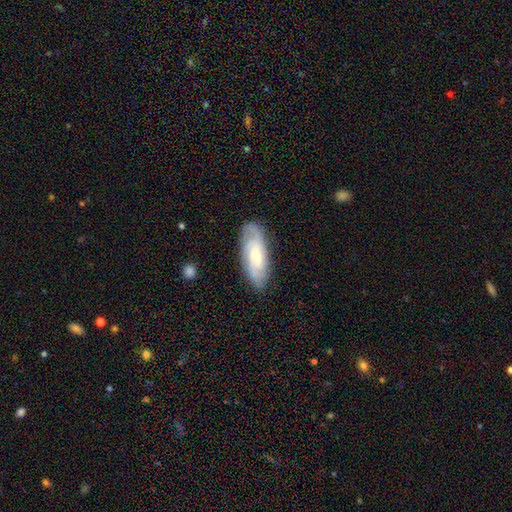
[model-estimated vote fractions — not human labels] Q: Smooth or featured?
A: featured or disk (68%); runner-up: smooth (26%)
Q: Edge-on disk?
A: no (89%); runner-up: yes (11%)
Q: Bar?
A: no (53%); runner-up: weak (38%)
Q: Spiral arms?
A: yes (91%); runner-up: no (9%)
Q: Spiral winding?
A: tight (57%); runner-up: medium (34%)
Q: Spiral arm count?
A: can't tell (38%); runner-up: 2 (30%)
Q: Bulge size?
A: small (53%); runner-up: moderate (40%)
Q: Merging?
A: none (80%); runner-up: minor disturbance (15%)